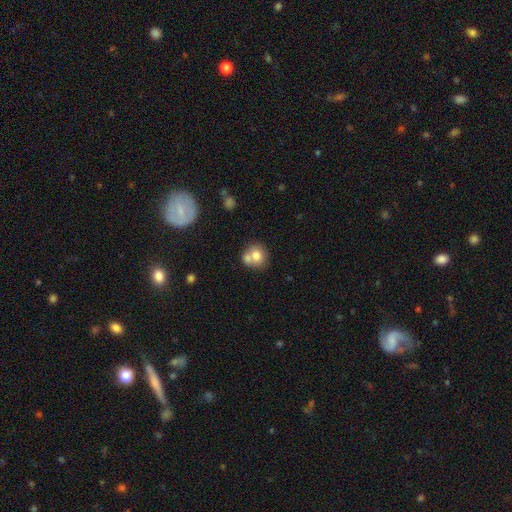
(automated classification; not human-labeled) Smooth or featured? Predicted: smooth (p=0.73). How rounded? Predicted: round (p=0.79). Merging? Predicted: merger (p=0.45).